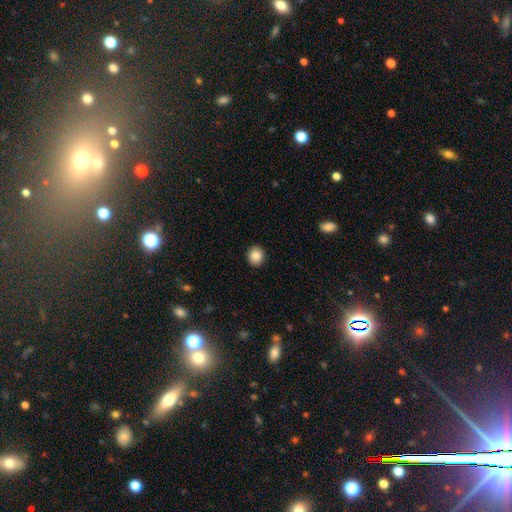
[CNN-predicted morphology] smooth 86%, star or artifact 9%, featured or disk 5%. Down the decision tree: how rounded — round (83%); merging — none (92%).